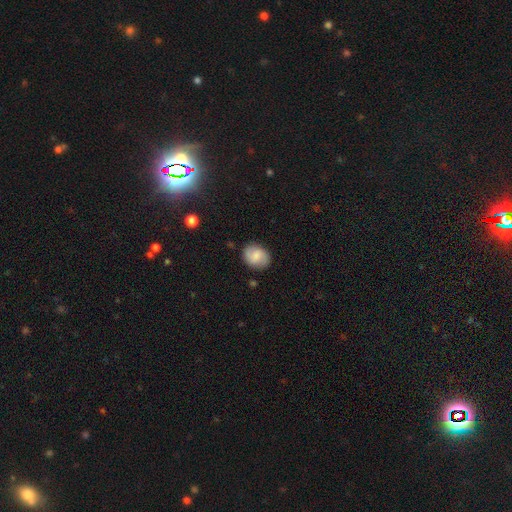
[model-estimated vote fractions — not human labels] smooth 66%, featured or disk 26%, star or artifact 8%. Down the decision tree: how rounded — round (51%); merging — none (82%).